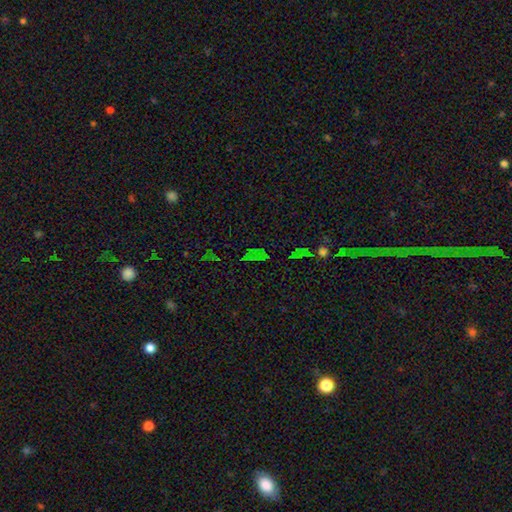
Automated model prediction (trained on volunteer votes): Smooth or featured?
  - star or artifact: 70% *
  - smooth: 19%
  - featured or disk: 11%